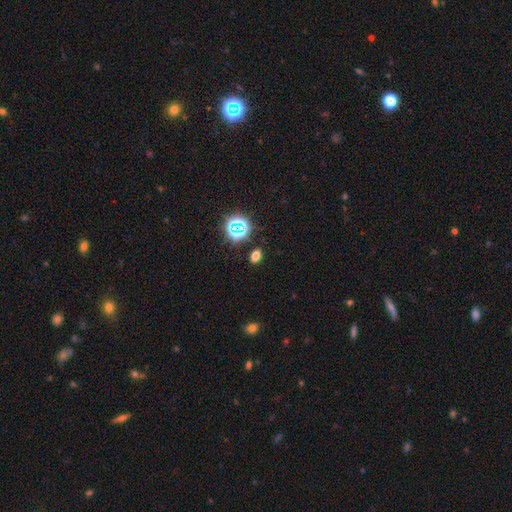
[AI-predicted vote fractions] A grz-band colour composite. It shows a smooth galaxy with no disk features (67%) that is in between round and cigar-shaped (80%). Merging: none (87%).